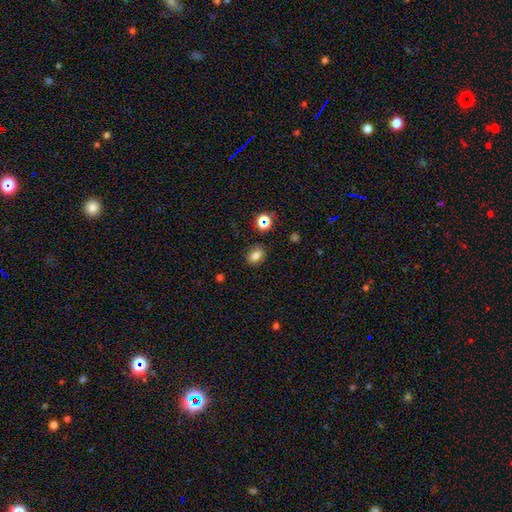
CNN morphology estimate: This is likely a smooth galaxy (76%). How rounded: likely in between (60%). Merging: clearly none (85%).